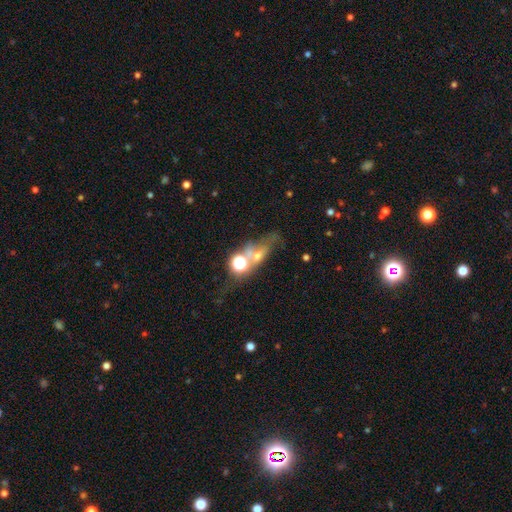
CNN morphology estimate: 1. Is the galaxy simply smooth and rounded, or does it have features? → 34% smooth, 33% star or artifact, 33% featured or disk.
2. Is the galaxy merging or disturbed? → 40% none, 25% merger, 19% major disturbance, 16% minor disturbance.